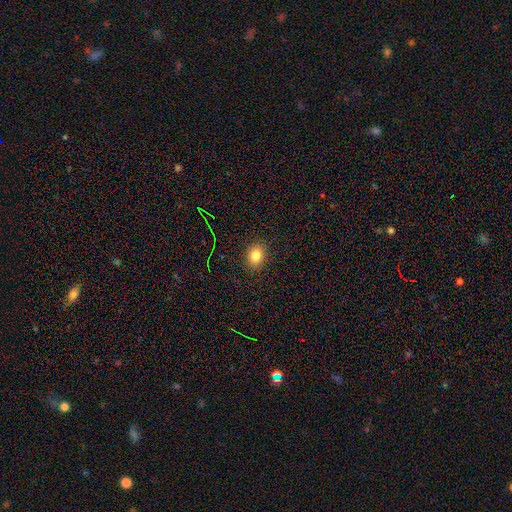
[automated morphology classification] smooth_or_featured: smooth (p=0.81) [alt: star or artifact p=0.12]
how_rounded: round (p=0.51) [alt: in between p=0.48]
merging: none (p=0.89) [alt: minor disturbance p=0.08]